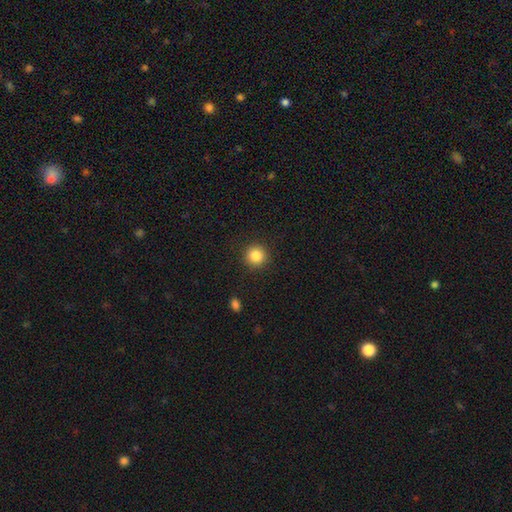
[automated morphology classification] This is clearly a smooth galaxy (85%). How rounded: clearly round (94%). Merging: clearly none (91%).